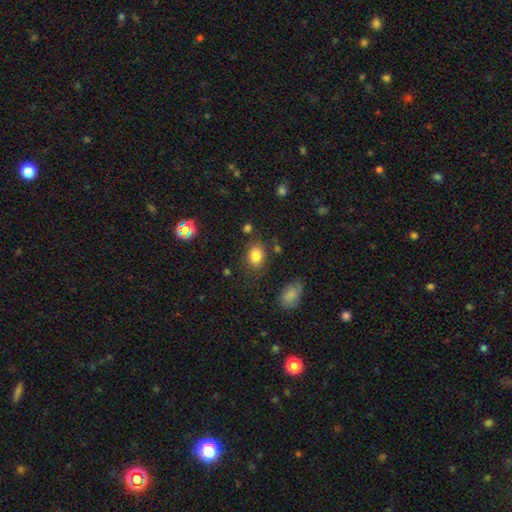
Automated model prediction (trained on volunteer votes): Smooth or featured?
  - smooth: 82% *
  - star or artifact: 10%
  - featured or disk: 8%
How rounded?
  - in between: 66% *
  - round: 33%
  - cigar-shaped: 1%
Merging?
  - none: 78% *
  - minor disturbance: 14%
  - major disturbance: 4%
  - merger: 4%